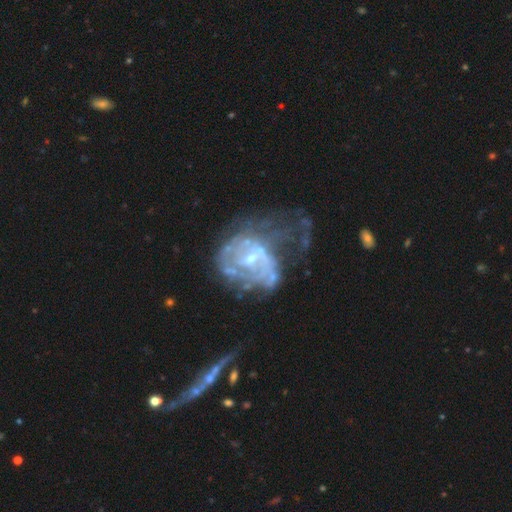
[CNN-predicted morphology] Q: Smooth or featured?
A: featured or disk (78%); runner-up: smooth (11%)
Q: Edge-on disk?
A: no (97%); runner-up: yes (3%)
Q: Bar?
A: no (52%); runner-up: weak (37%)
Q: Spiral arms?
A: yes (59%); runner-up: no (41%)
Q: Bulge size?
A: small (58%); runner-up: moderate (32%)
Q: Merging?
A: major disturbance (49%); runner-up: none (23%)